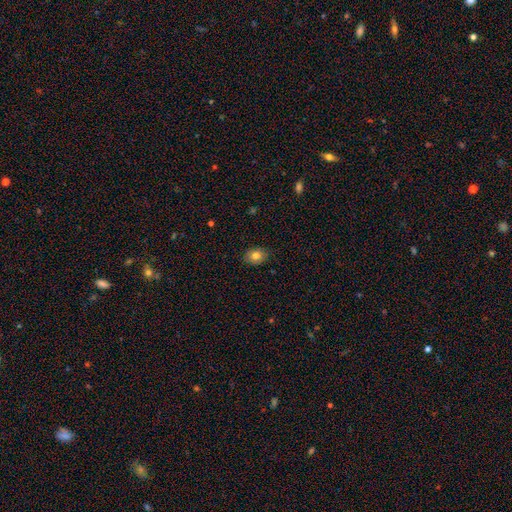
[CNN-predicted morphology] type=smooth (81%); roundness=in between (59%); merging=none (86%).